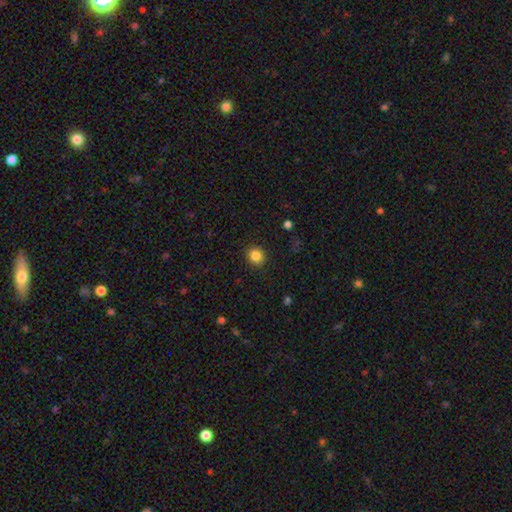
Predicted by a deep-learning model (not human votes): smooth_or_featured: smooth (p=0.85) [alt: star or artifact p=0.11]
how_rounded: round (p=0.87) [alt: in between p=0.12]
merging: none (p=0.89) [alt: minor disturbance p=0.07]